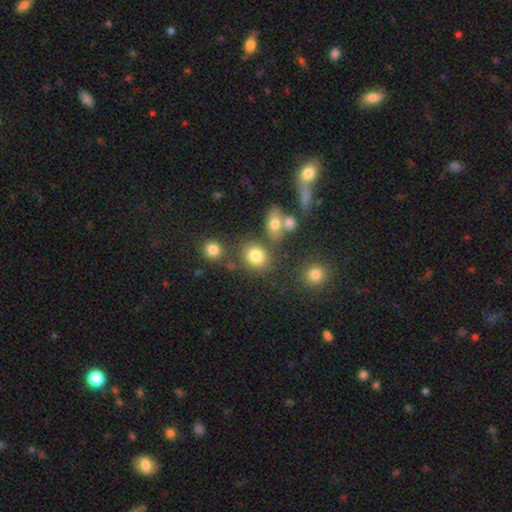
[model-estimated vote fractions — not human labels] Morphology: type=smooth (79%); roundness=round (69%); merging=none (69%).